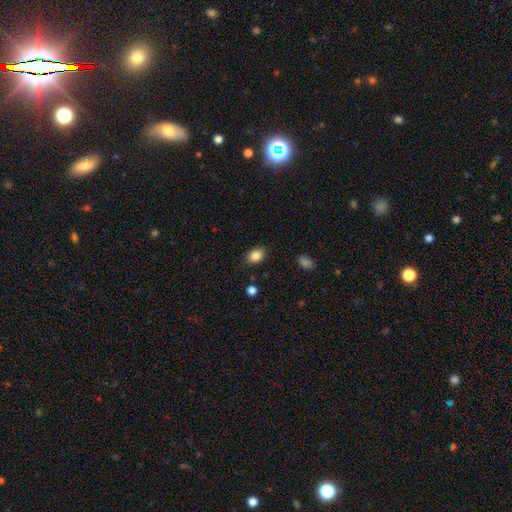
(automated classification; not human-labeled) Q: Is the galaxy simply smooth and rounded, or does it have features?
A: smooth — 85%.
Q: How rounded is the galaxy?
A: in between — 73%.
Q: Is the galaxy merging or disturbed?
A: none — 85%.